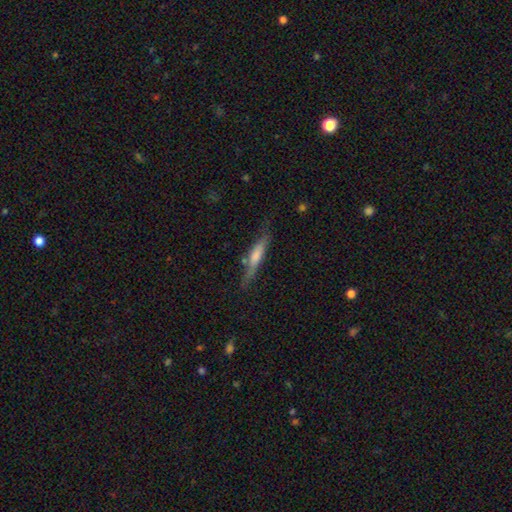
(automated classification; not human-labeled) A featured or disk galaxy (49%). Merging: none (71%).